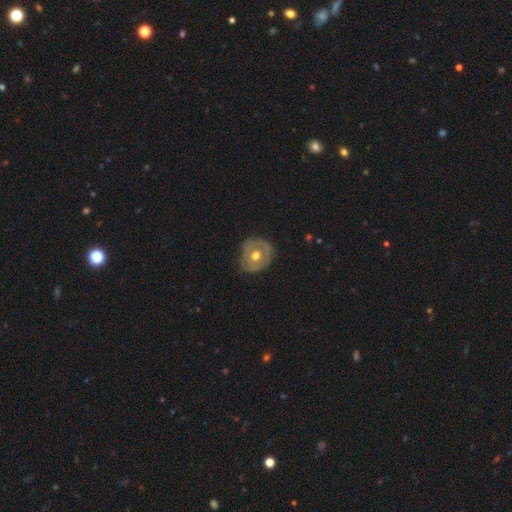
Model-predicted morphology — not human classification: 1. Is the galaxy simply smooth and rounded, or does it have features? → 56% featured or disk, 37% smooth, 6% star or artifact.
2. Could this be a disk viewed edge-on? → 95% no, 5% yes.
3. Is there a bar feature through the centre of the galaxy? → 85% no, 12% weak, 3% strong.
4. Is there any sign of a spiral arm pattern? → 75% no, 25% yes.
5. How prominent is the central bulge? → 81% moderate, 10% large, 7% small, 1% none, 1% dominant.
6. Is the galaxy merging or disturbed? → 71% none, 22% minor disturbance, 6% major disturbance, 1% merger.